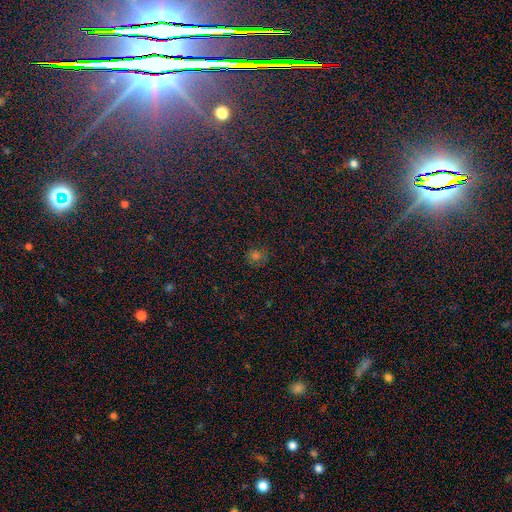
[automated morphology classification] Smooth or featured: smooth — 65% (star or artifact — 28%)
How rounded: round — 86% (in between — 13%)
Merging: none — 83% (minor disturbance — 12%)